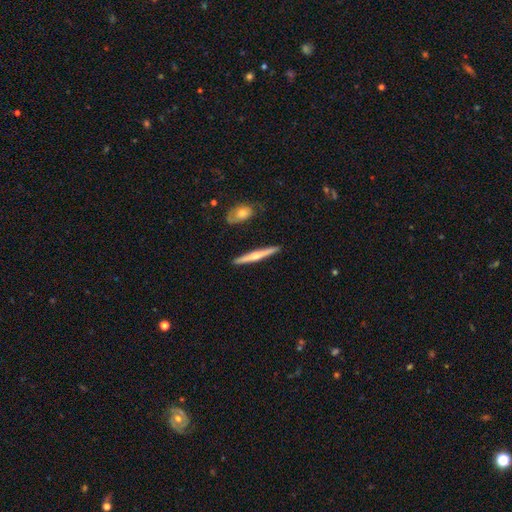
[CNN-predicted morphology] Smooth or featured: featured or disk — 56% (smooth — 39%)
Edge-on disk: yes — 97% (no — 3%)
Edge-on bulge: rounded — 73% (none — 21%)
Merging: none — 89% (minor disturbance — 7%)